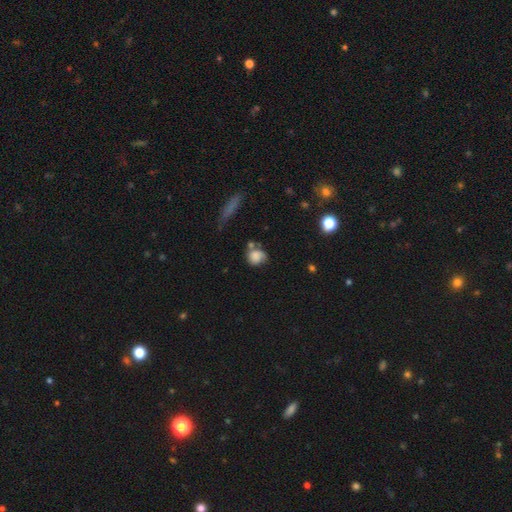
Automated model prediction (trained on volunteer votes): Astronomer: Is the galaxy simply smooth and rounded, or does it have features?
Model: smooth — 72%.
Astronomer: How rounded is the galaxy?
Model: round — 70%.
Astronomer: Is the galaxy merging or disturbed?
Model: none — 39% (runner-up: minor disturbance, 26%).